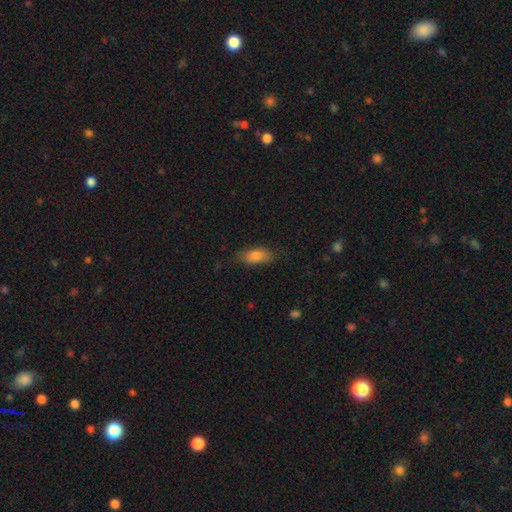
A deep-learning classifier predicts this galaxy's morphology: This is clearly a smooth galaxy (81%). How rounded: clearly in between (81%). Merging: likely none (78%).